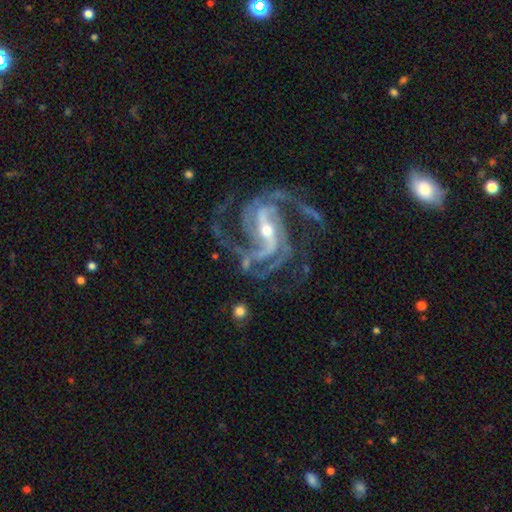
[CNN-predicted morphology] The model was most divided on "spiral arm count": 3: 33%, 2: 32%, 4: 14%, can't tell: 8%, more than 4: 6%, 1: 6%. More confident: spiral arms — yes (99%); edge-on disk — no (98%); smooth or featured — featured or disk (94%); merging — none (64%); bar — strong (61%); bulge size — small (57%); spiral winding — medium (57%).